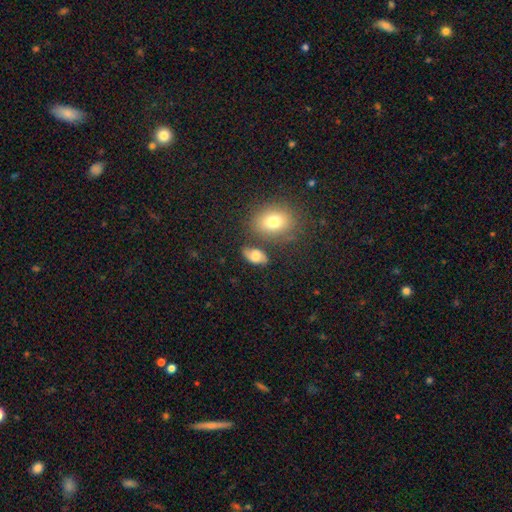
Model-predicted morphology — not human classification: Smooth or featured? Predicted: smooth (p=0.59). How rounded? Predicted: in between (p=0.85). Merging? Predicted: none (p=0.61).